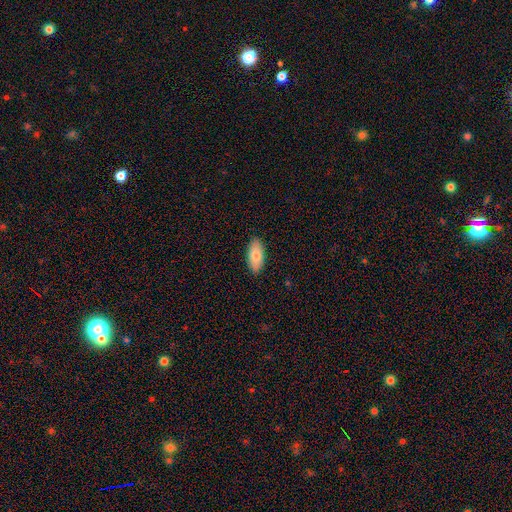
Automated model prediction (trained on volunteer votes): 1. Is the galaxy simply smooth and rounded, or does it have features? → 81% smooth, 13% featured or disk, 6% star or artifact.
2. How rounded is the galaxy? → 91% in between, 6% cigar-shaped, 2% round.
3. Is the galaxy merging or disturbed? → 89% none, 8% minor disturbance, 2% major disturbance, 1% merger.